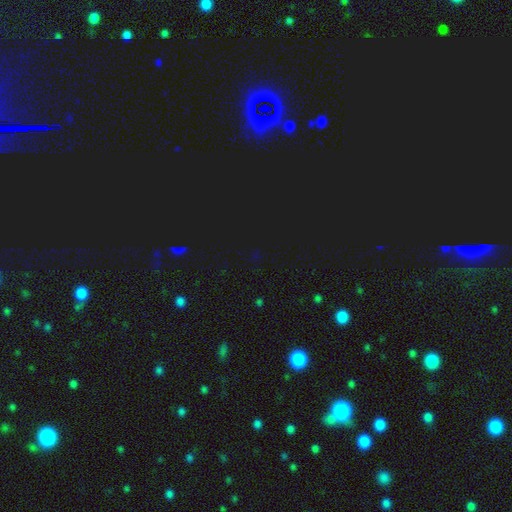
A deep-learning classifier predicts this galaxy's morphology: type=star or artifact (77%).